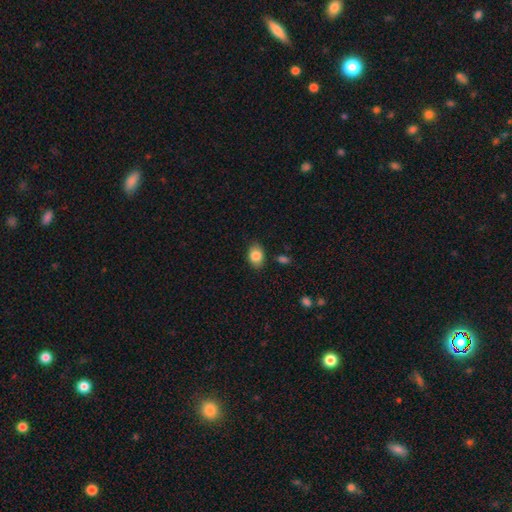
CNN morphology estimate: Smooth or featured? Predicted: smooth (p=0.84). How rounded? Predicted: in between (p=0.75). Merging? Predicted: none (p=0.82).